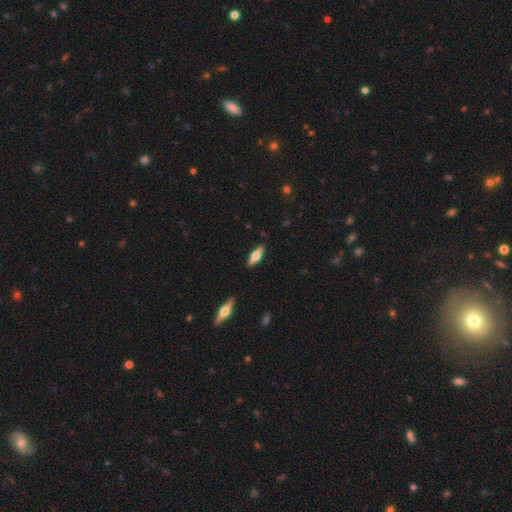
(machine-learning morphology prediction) A smooth galaxy with no disk features (48%). Merging: none (87%).